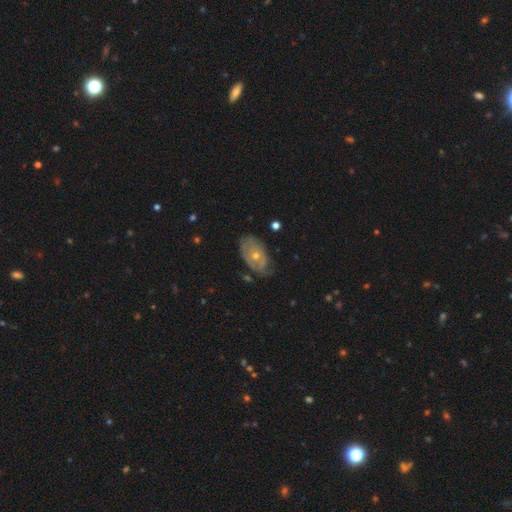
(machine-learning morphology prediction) type=featured or disk (63%); edge-on=no (92%); bar=no (86%); spiral arms=yes (59%); bulge=small (54%); merging=none (67%).